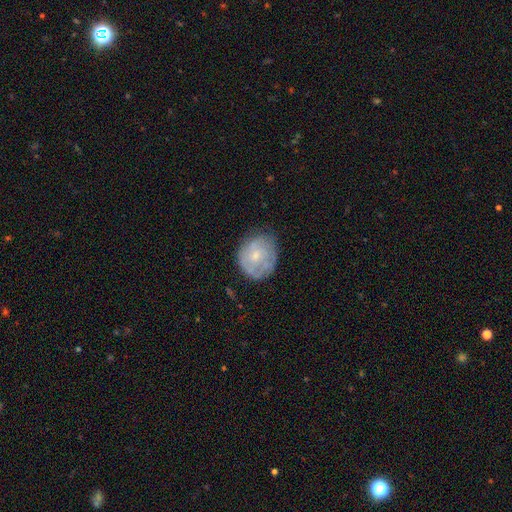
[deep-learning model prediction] smooth 50%, featured or disk 43%, star or artifact 7%. Down the decision tree: merging — none (65%).